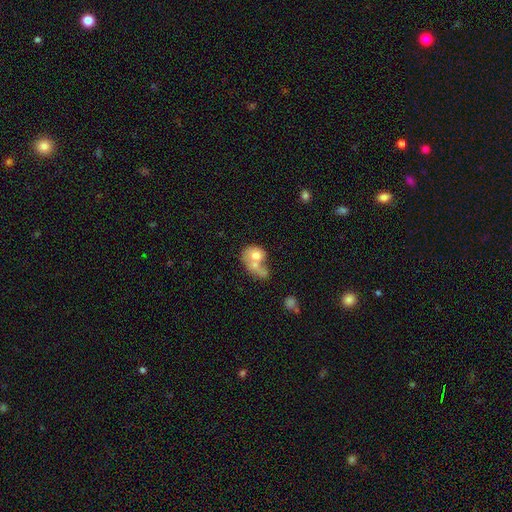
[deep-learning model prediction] smooth_or_featured: smooth (p=0.63) [alt: featured or disk p=0.29]
how_rounded: in between (p=0.51) [alt: round p=0.48]
merging: merger (p=0.65) [alt: major disturbance p=0.13]